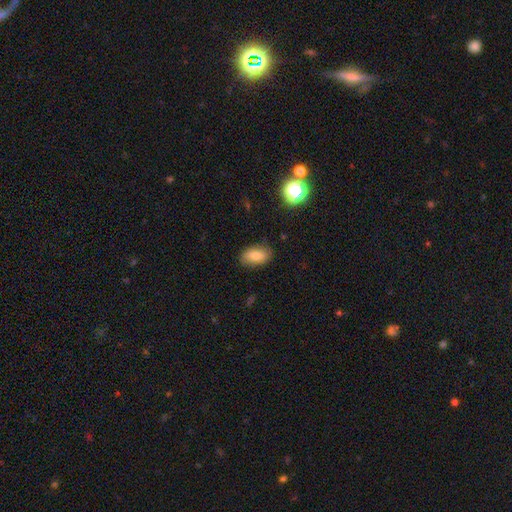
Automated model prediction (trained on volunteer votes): Q: Smooth or featured?
A: smooth (79%); runner-up: featured or disk (12%)
Q: How rounded?
A: in between (91%); runner-up: round (6%)
Q: Merging?
A: none (82%); runner-up: minor disturbance (14%)